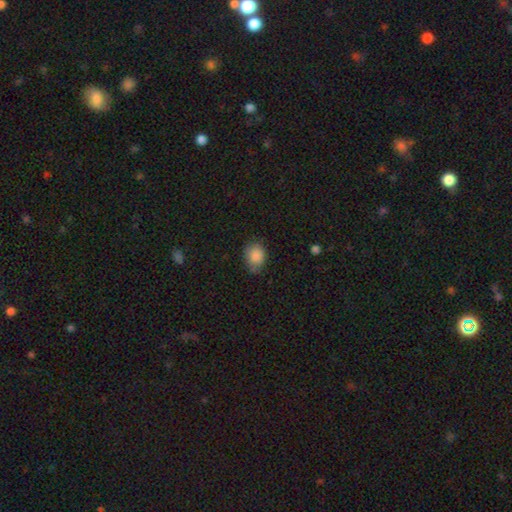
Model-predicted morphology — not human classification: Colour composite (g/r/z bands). It shows a smooth galaxy with no disk features (87%) that is in between round and cigar-shaped (54%). Merging: none (67%).